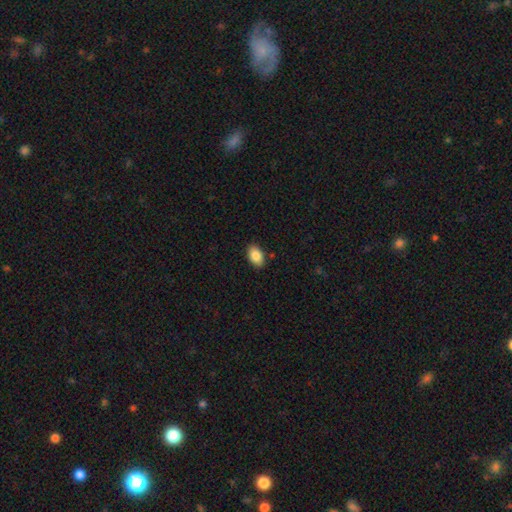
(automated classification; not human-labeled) A smooth galaxy with no disk features (87%) that is in between round and cigar-shaped (89%). Merging: none (88%).